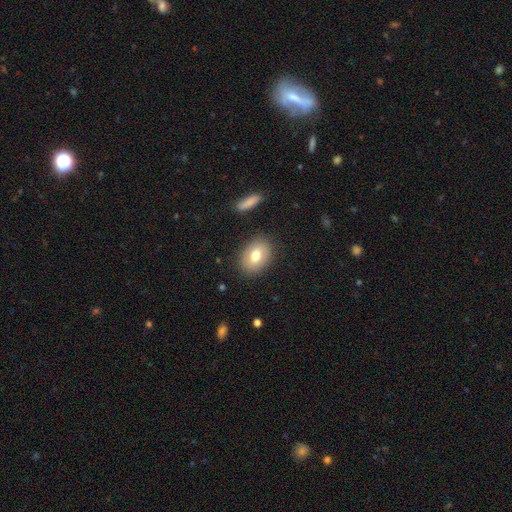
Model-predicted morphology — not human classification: This appears to be a smooth galaxy with no disk features (75%) that is in between round and cigar-shaped (74%). Merging: none (86%).